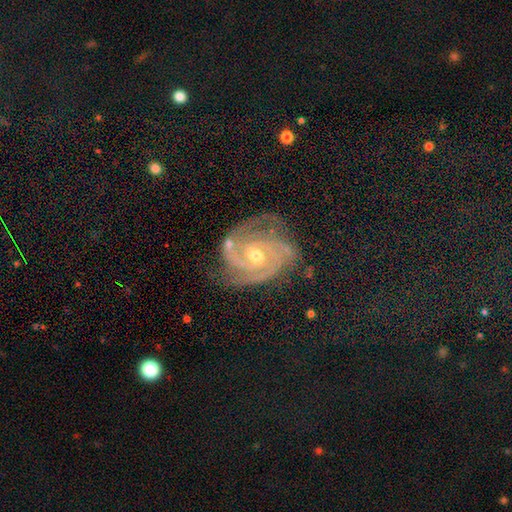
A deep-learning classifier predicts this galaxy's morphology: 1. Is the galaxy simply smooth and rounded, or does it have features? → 91% featured or disk, 6% star or artifact, 3% smooth.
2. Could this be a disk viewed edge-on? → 98% no, 2% yes.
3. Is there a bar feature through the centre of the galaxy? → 56% no, 31% weak, 13% strong.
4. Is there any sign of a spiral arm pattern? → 99% yes, 1% no.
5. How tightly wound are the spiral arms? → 71% tight, 26% medium, 4% loose.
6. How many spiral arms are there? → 45% 3, 25% 2, 9% 4, 9% can't tell, 6% more than 4, 6% 1.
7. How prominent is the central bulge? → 54% moderate, 43% small, 1% large, 1% none, 1% dominant.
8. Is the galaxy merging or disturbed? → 71% none, 21% minor disturbance, 7% major disturbance, 2% merger.